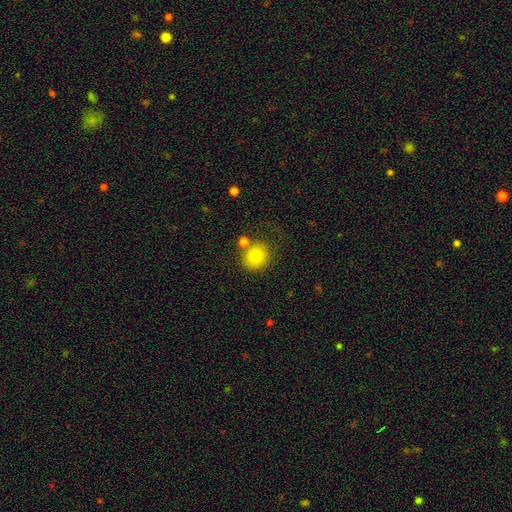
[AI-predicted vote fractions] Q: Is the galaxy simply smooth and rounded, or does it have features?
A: smooth — 80%.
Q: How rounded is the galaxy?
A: round — 90%.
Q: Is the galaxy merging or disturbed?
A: none — 71%.